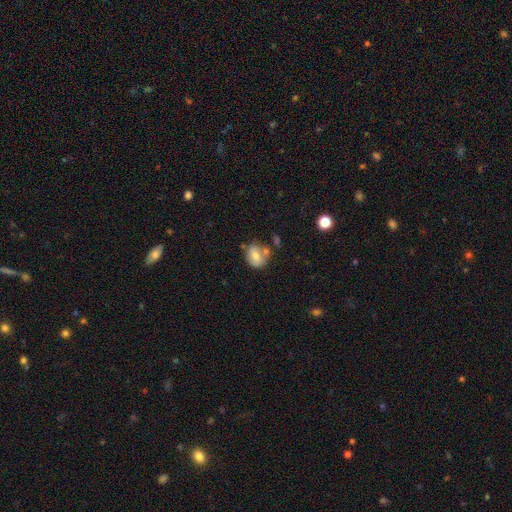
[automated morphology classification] Smooth or featured: smooth — 69% (featured or disk — 22%)
How rounded: round — 53% (in between — 46%)
Merging: none — 51% (merger — 22%)